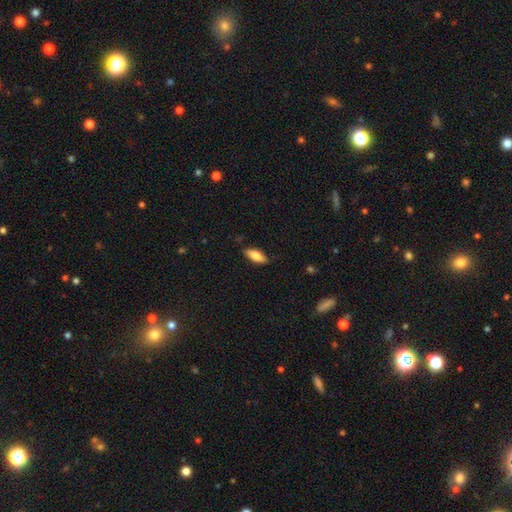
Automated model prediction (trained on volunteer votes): Smooth or featured?
  - smooth: 79% *
  - featured or disk: 15%
  - star or artifact: 6%
How rounded?
  - in between: 74% *
  - cigar-shaped: 24%
  - round: 2%
Merging?
  - none: 84% *
  - minor disturbance: 13%
  - major disturbance: 2%
  - merger: 1%